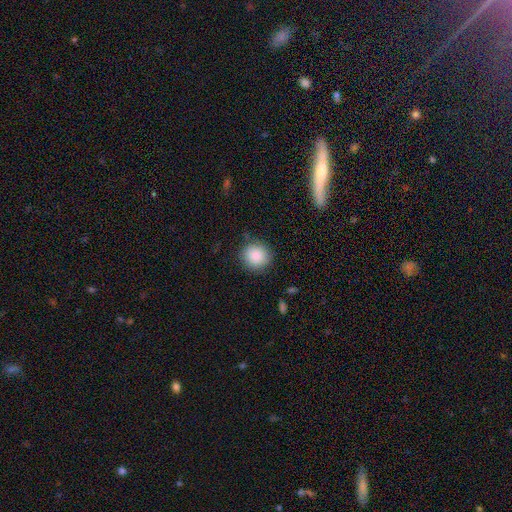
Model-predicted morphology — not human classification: The model was most divided on "merging": none: 87%, minor disturbance: 9%, major disturbance: 3%, merger: 1%. More confident: how rounded — round (91%); smooth or featured — smooth (88%).